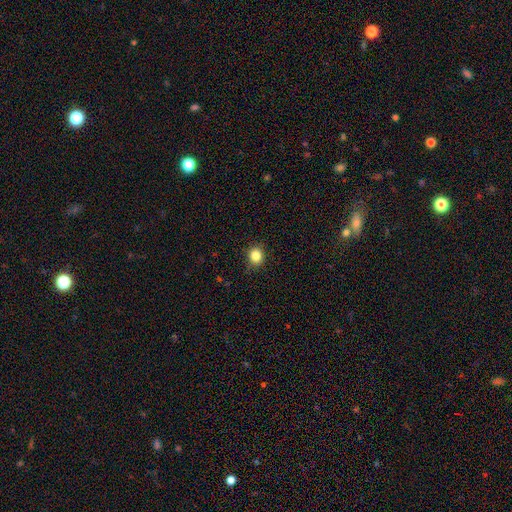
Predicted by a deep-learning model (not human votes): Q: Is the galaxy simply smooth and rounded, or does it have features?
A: smooth — 84%.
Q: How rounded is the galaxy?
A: round — 77%.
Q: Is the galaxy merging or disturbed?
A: none — 87%.